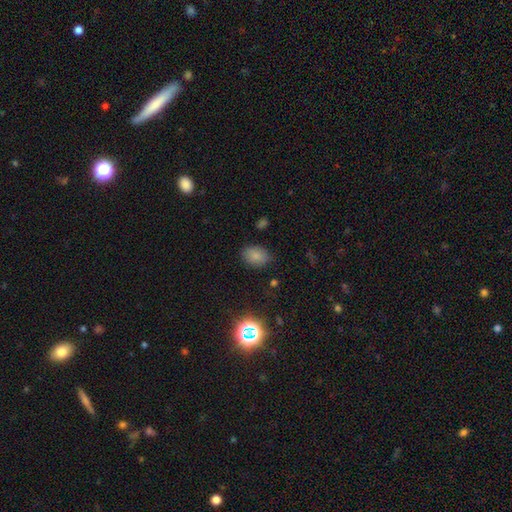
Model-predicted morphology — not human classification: smooth 81%, star or artifact 13%, featured or disk 6%. Down the decision tree: how rounded — in between (76%); merging — none (83%).